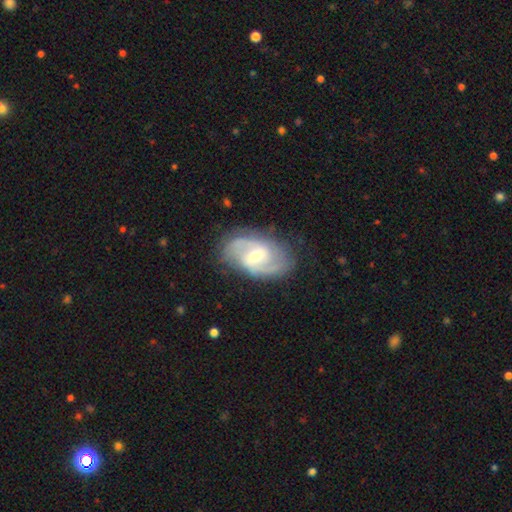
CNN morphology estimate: This appears to be a featured or disk galaxy (84%) with a weak bar (58%), 2 (80%) medium (52%) spiral arms (95%) and a moderate central bulge (48%). Merging: none (77%).